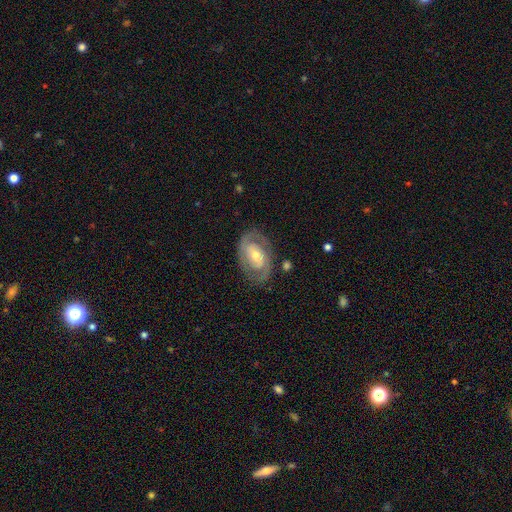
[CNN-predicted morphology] This appears to be a featured or disk galaxy (82%) with no bar (44%), 2 (82%) tight (51%) spiral arms (87%) and a moderate central bulge (59%). Merging: none (80%).